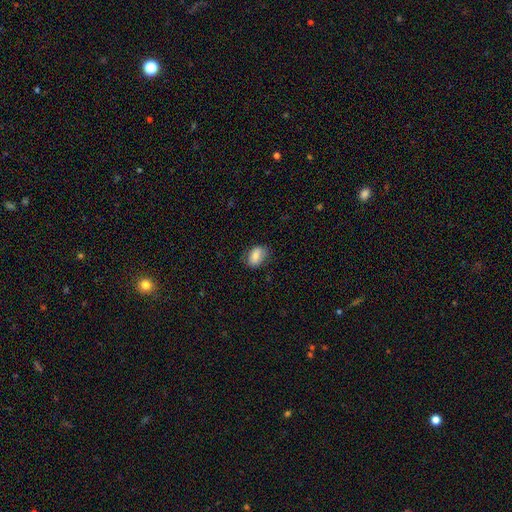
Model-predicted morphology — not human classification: This appears to be a smooth galaxy with no disk features (82%) that is in between round and cigar-shaped (84%). Merging: none (75%).